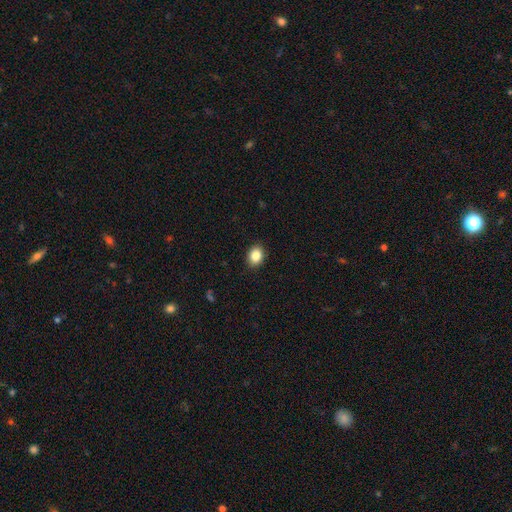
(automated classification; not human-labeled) A smooth galaxy with no disk features (85%) that is in between round and cigar-shaped (61%). Merging: none (90%).